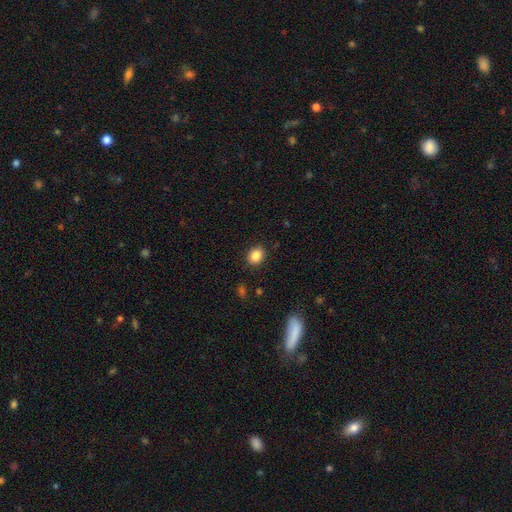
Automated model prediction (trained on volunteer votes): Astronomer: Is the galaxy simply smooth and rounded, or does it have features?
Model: smooth — 86%.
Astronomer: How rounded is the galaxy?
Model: round — 51% (runner-up: in between, 48%).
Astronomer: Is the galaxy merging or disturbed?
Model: none — 88%.